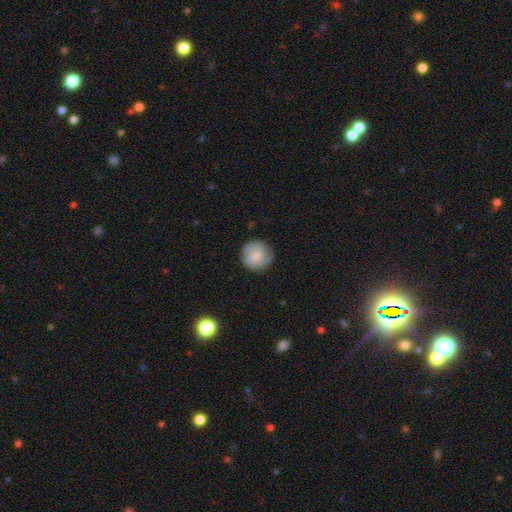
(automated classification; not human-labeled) Smooth or featured? smooth (60%)
How rounded? round (92%)
Merging? none (82%)